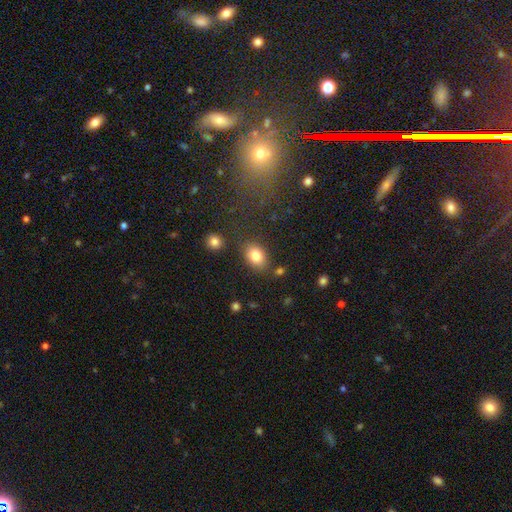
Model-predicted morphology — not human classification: A smooth galaxy with no disk features (83%) that is in between round and cigar-shaped (76%).

Vote fractions:
- Smooth or featured? smooth: 83% / star or artifact: 9% / featured or disk: 8%
- How rounded? in between: 76% / round: 23% / cigar-shaped: 1%
- Merging? none: 79% / minor disturbance: 12% / merger: 5% / major disturbance: 4%